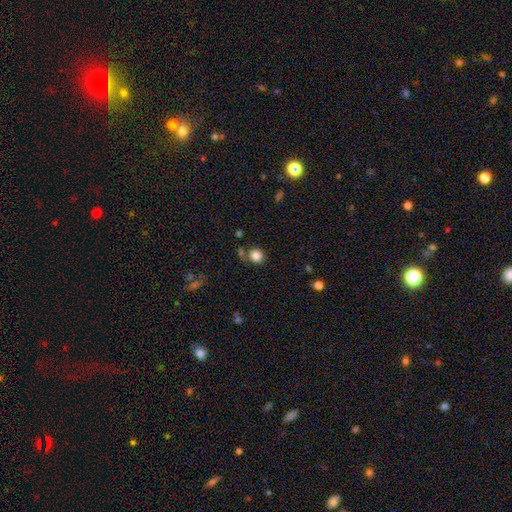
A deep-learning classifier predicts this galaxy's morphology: Q: Smooth or featured?
A: smooth (84%); runner-up: star or artifact (11%)
Q: How rounded?
A: round (85%); runner-up: in between (14%)
Q: Merging?
A: none (74%); runner-up: minor disturbance (12%)